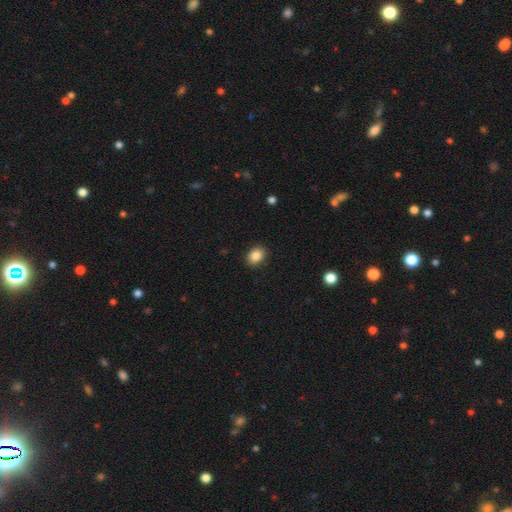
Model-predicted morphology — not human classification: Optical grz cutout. It shows a smooth galaxy with no disk features (86%) that is in between round and cigar-shaped (57%). Merging: none (89%).